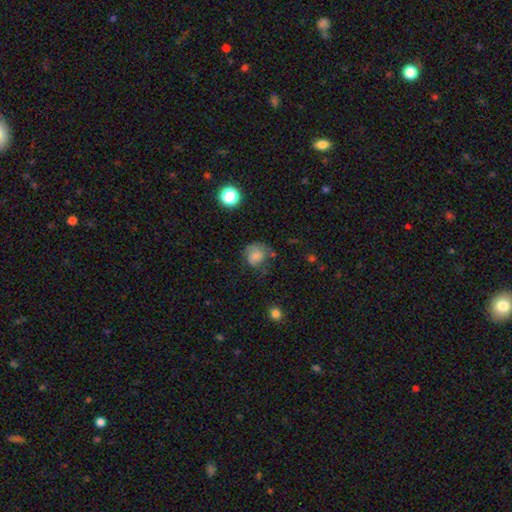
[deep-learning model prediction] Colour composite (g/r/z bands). It shows a smooth galaxy with no disk features (70%) that is round (74%). Merging: none (47%).